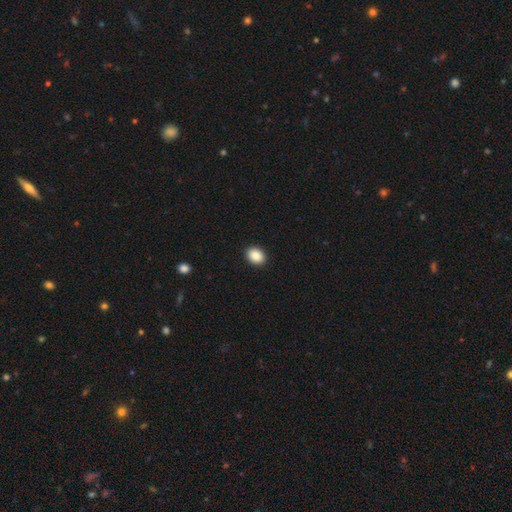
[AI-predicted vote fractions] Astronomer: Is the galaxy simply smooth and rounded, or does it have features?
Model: smooth — 88%.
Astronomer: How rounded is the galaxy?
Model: in between — 62%.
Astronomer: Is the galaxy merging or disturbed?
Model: none — 92%.